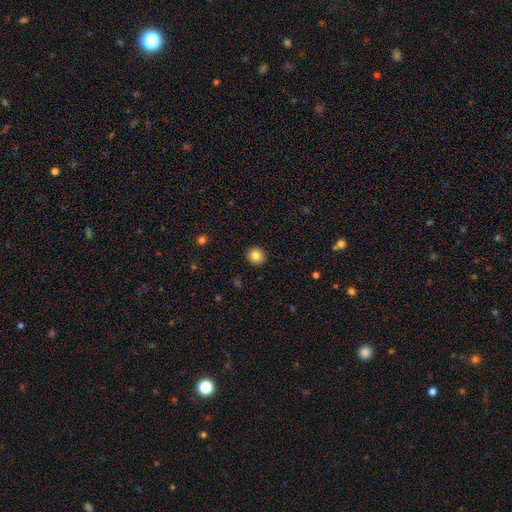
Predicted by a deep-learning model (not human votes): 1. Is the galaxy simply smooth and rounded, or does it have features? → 84% smooth, 10% star or artifact, 6% featured or disk.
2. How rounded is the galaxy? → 92% round, 7% in between, 1% cigar-shaped.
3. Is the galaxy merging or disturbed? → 93% none, 5% minor disturbance, 2% major disturbance, 1% merger.